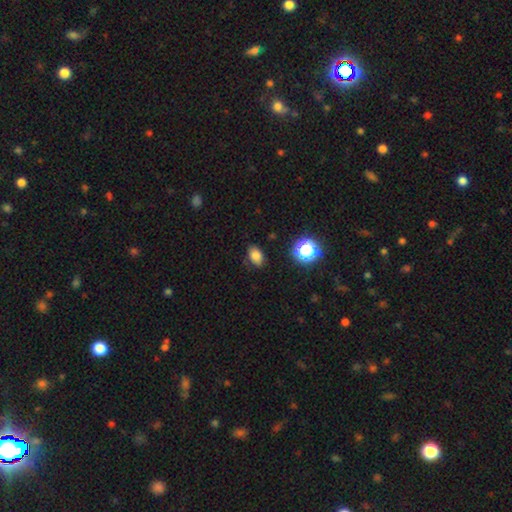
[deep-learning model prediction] This is likely a smooth galaxy (80%). How rounded: clearly in between (82%). Merging: clearly none (81%).